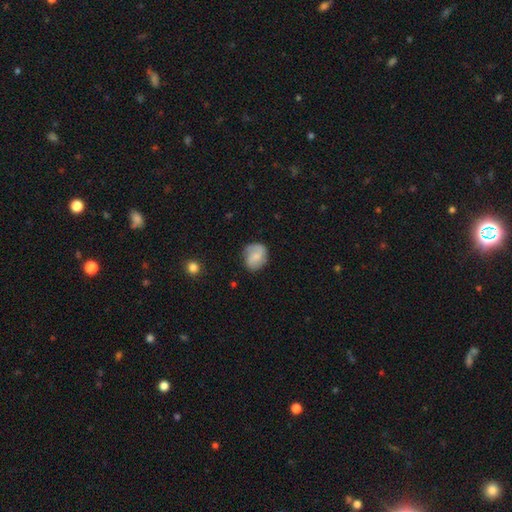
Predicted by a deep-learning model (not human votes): A smooth galaxy with no disk features (56%) that is round (64%). Merging: none (71%).